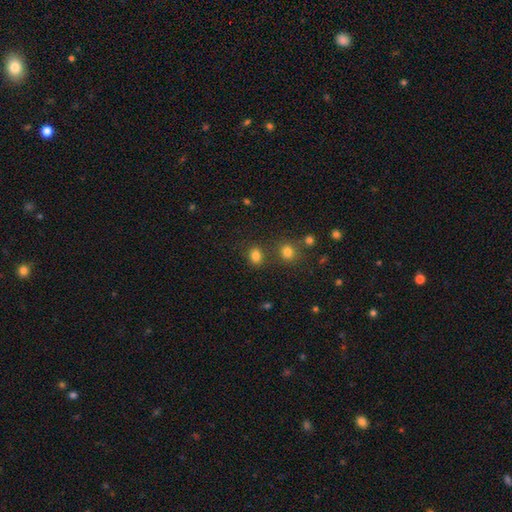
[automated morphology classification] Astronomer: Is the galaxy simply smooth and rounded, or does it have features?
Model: smooth — 81%.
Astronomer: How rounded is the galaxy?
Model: in between — 52% (runner-up: round, 47%).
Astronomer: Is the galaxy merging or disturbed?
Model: none — 73%.